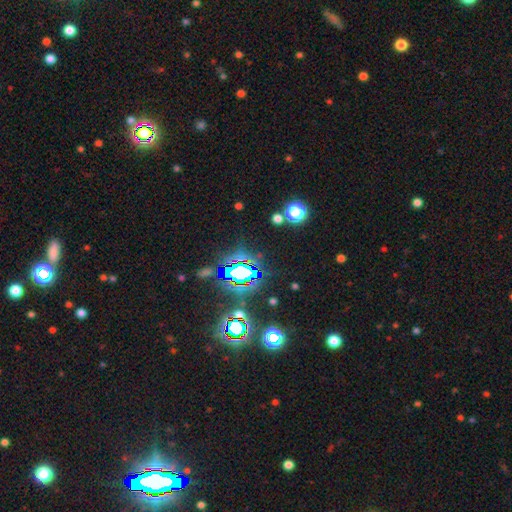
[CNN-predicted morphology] Q: Smooth or featured?
A: star or artifact (78%); runner-up: smooth (13%)